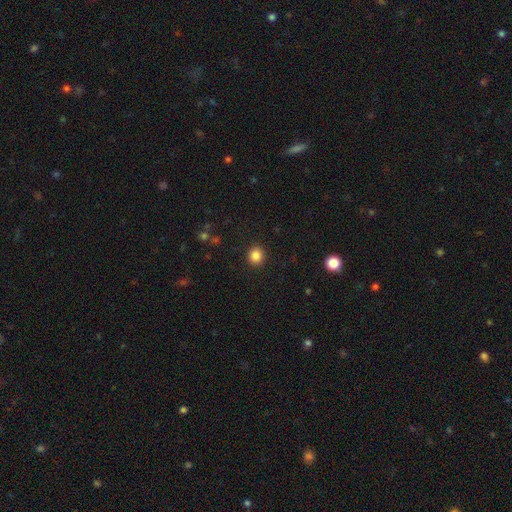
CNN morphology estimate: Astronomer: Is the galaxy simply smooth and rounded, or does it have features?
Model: smooth — 85%.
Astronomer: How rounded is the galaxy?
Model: round — 88%.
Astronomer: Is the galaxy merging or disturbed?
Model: none — 92%.